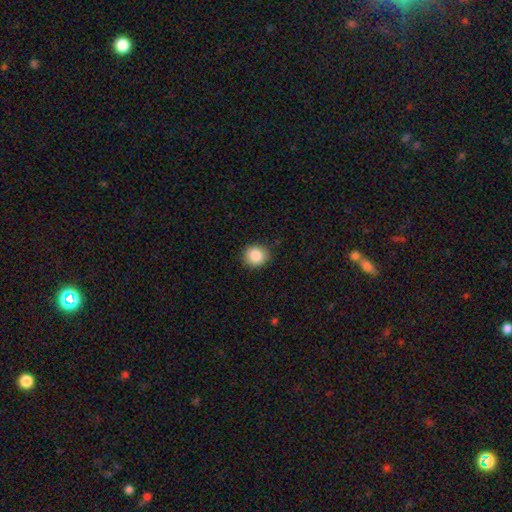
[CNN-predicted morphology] Smooth or featured? Predicted: smooth (p=0.87). How rounded? Predicted: round (p=0.82). Merging? Predicted: none (p=0.88).